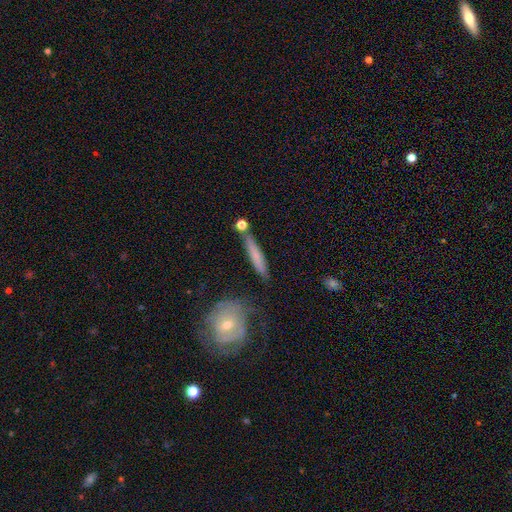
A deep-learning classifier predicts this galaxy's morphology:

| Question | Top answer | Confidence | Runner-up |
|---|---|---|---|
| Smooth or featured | smooth | 62% | featured or disk (31%) |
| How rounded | cigar-shaped | 91% | in between (6%) |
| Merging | none | 74% | minor disturbance (14%) |